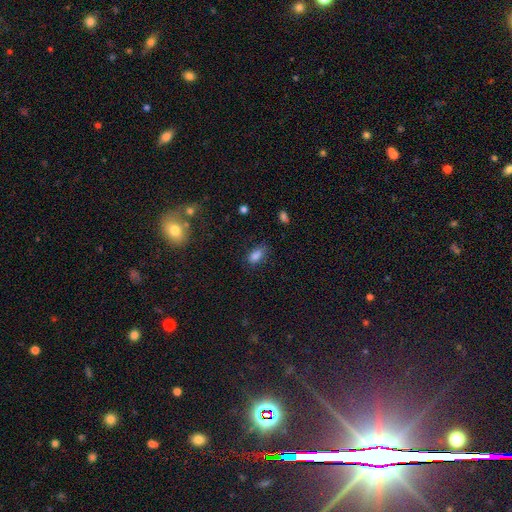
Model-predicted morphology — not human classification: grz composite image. It shows a smooth galaxy with no disk features (82%) that is in between round and cigar-shaped (88%). Merging: none (70%).